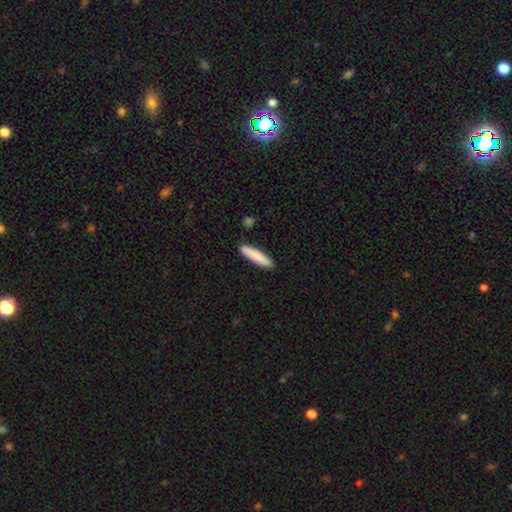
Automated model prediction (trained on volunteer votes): The model was most divided on "how rounded": cigar-shaped: 84%, in between: 15%, round: 1%. More confident: merging — none (88%); smooth or featured — smooth (85%).